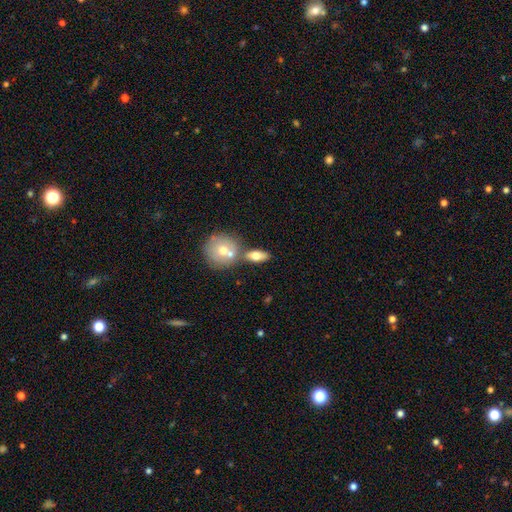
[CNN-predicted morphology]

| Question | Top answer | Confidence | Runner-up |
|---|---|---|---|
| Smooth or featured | smooth | 66% | featured or disk (27%) |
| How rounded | in between | 72% | round (16%) |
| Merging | none | 52% | merger (34%) |